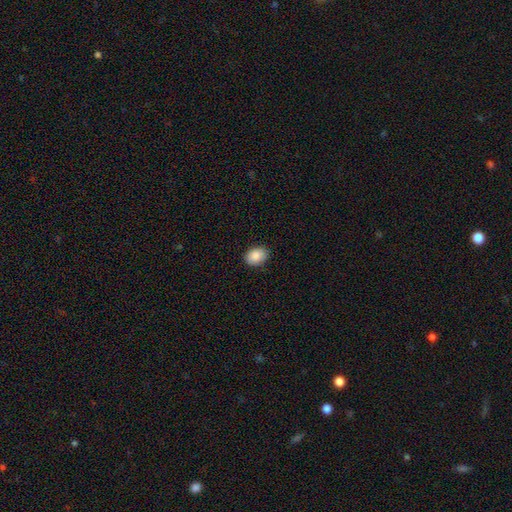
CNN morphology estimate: Smooth or featured?
  - smooth: 89% *
  - star or artifact: 7%
  - featured or disk: 4%
How rounded?
  - in between: 72% *
  - round: 27%
  - cigar-shaped: 1%
Merging?
  - none: 88% *
  - minor disturbance: 9%
  - major disturbance: 2%
  - merger: 1%